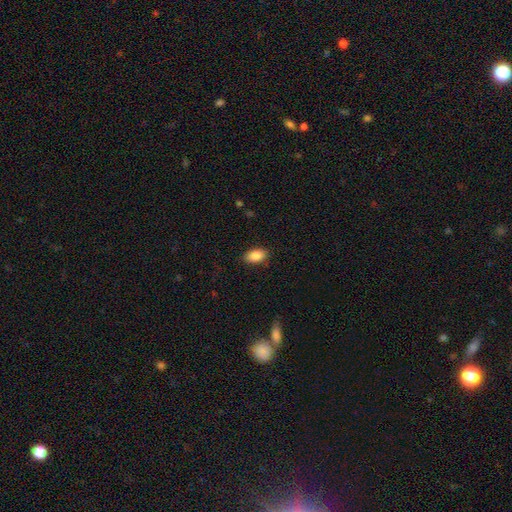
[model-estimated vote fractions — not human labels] Q: Smooth or featured?
A: smooth (88%); runner-up: star or artifact (7%)
Q: How rounded?
A: in between (92%); runner-up: round (5%)
Q: Merging?
A: none (87%); runner-up: minor disturbance (10%)